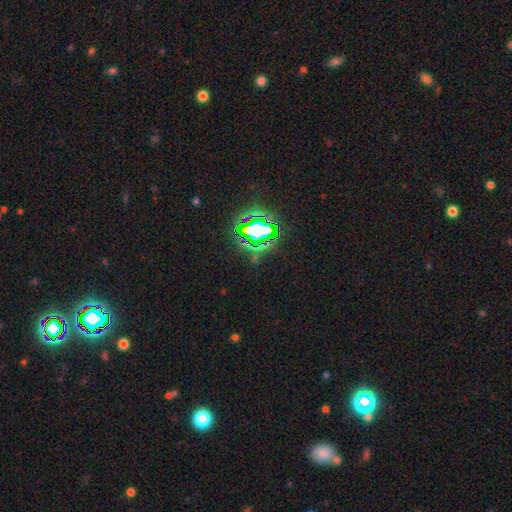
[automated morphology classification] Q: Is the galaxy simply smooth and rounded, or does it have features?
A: star or artifact — 77%.